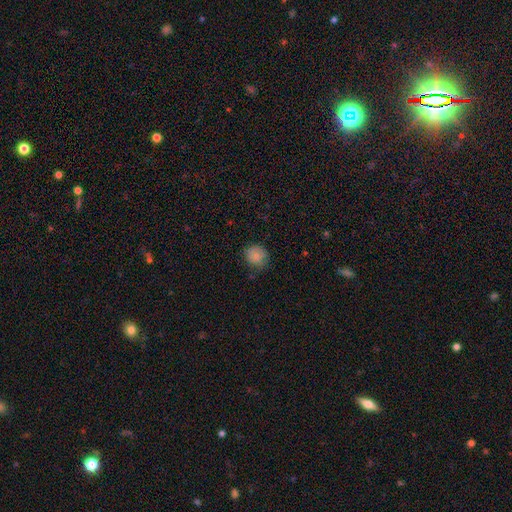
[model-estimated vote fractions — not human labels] Q: Smooth or featured?
A: smooth (84%); runner-up: star or artifact (9%)
Q: How rounded?
A: round (83%); runner-up: in between (16%)
Q: Merging?
A: none (77%); runner-up: minor disturbance (18%)